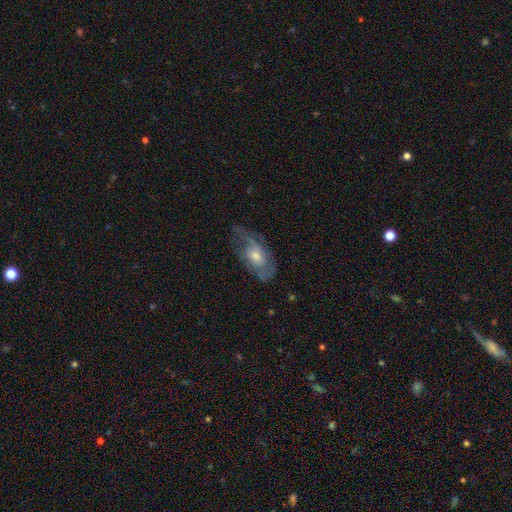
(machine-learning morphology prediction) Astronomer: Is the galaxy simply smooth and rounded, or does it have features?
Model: featured or disk — 64%.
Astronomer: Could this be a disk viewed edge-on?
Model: no — 90%.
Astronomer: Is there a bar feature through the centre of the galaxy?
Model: no — 77%.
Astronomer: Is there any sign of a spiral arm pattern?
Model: yes — 75%.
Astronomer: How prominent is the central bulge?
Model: moderate — 59%.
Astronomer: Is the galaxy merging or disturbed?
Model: none — 57%.